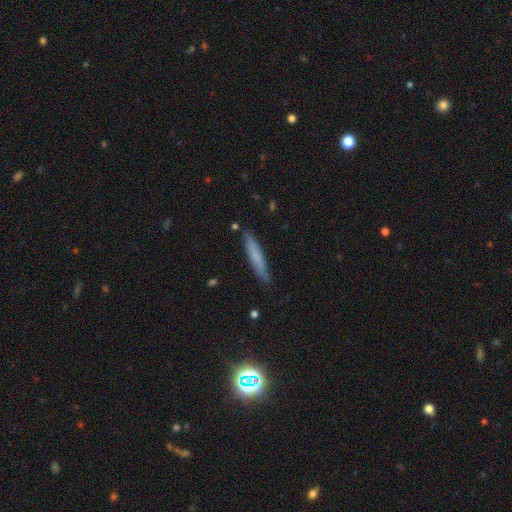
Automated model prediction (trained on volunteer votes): This is likely a smooth galaxy (72%). How rounded: clearly cigar-shaped (93%). Merging: clearly none (85%).